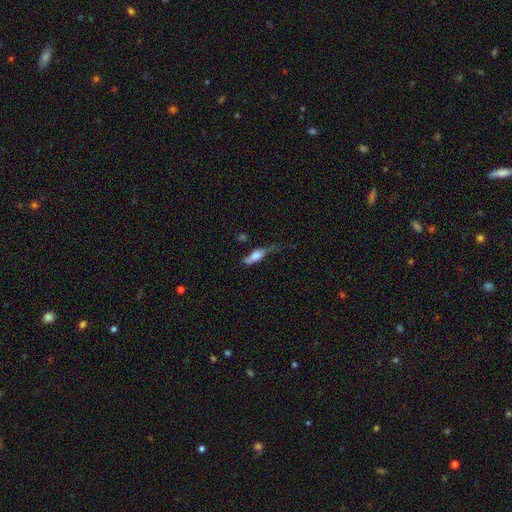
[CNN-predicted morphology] type=smooth (64%); roundness=in between (61%); merging=none (34%).